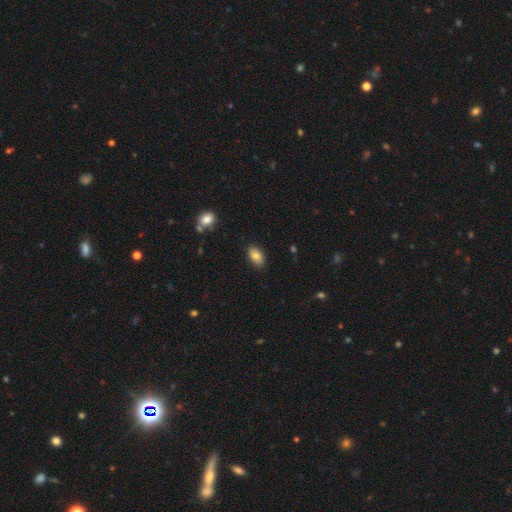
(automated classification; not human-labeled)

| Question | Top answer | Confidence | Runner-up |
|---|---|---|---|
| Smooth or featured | smooth | 83% | featured or disk (9%) |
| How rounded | in between | 91% | round (6%) |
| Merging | none | 87% | minor disturbance (10%) |